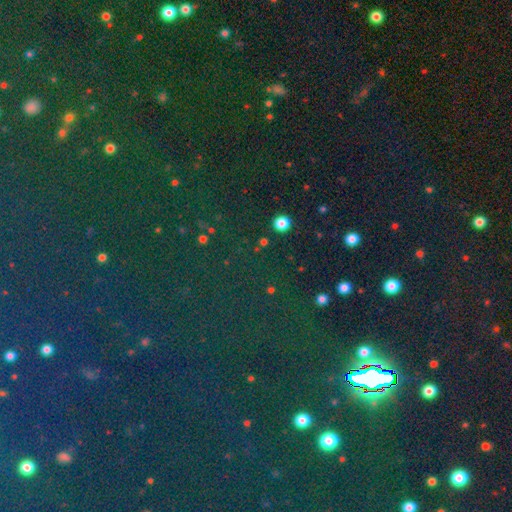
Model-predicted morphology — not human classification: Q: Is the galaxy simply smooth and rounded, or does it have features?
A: star or artifact — 82%.